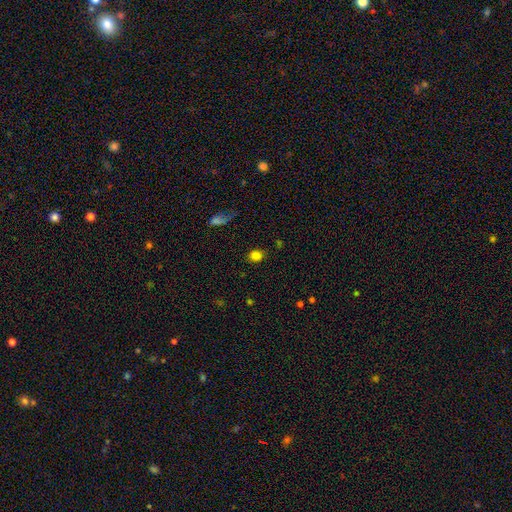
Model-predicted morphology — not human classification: type=smooth (82%); roundness=round (68%); merging=none (84%).